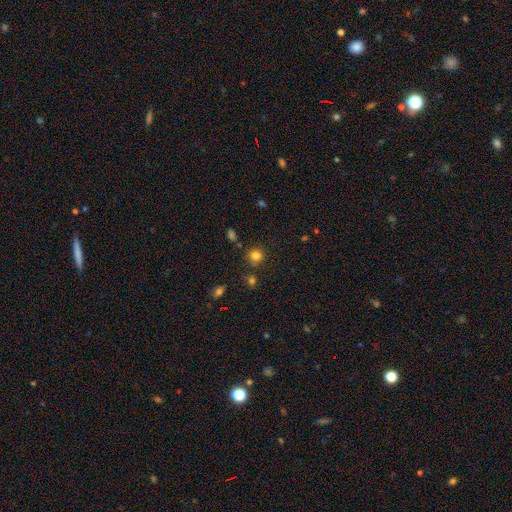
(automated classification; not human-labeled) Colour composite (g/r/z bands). It shows a smooth galaxy with no disk features (80%) that is round (86%). Merging: none (81%).